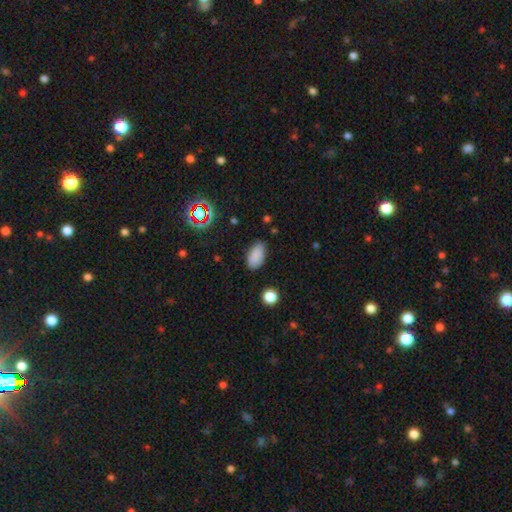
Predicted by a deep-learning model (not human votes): Q: Smooth or featured?
A: smooth (85%); runner-up: star or artifact (10%)
Q: How rounded?
A: in between (93%); runner-up: round (4%)
Q: Merging?
A: none (82%); runner-up: minor disturbance (14%)